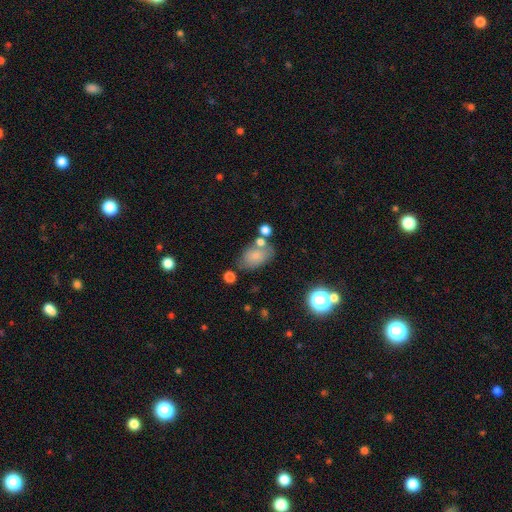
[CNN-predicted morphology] The model was most divided on "merging": none: 57%, minor disturbance: 20%, merger: 15%, major disturbance: 7%. More confident: how rounded — in between (87%); smooth or featured — smooth (76%).